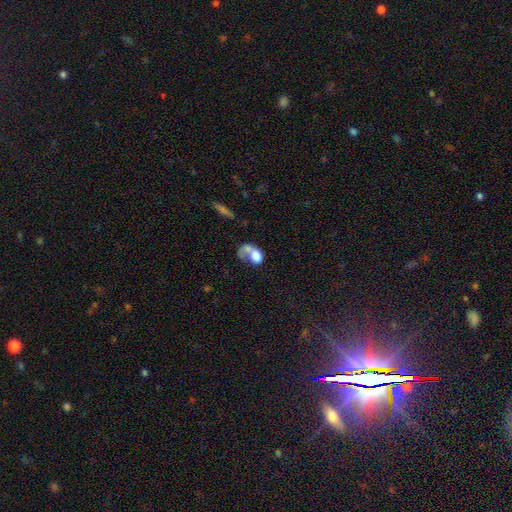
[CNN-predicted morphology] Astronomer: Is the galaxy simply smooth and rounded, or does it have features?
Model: smooth — 64%.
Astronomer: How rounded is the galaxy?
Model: in between — 69%.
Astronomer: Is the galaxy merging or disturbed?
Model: merger — 56%.